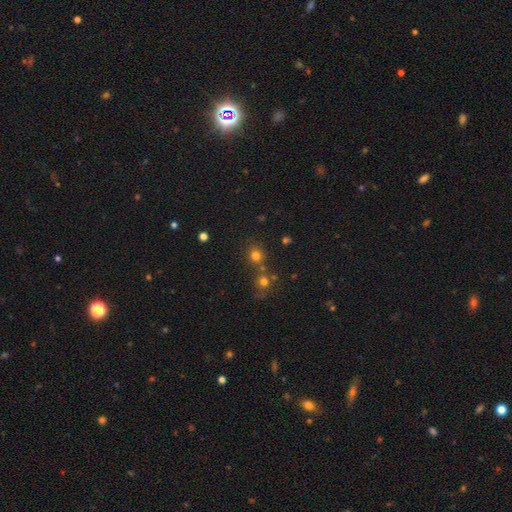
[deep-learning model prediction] Morphology: type=smooth (73%); roundness=round (84%); merging=none (68%).